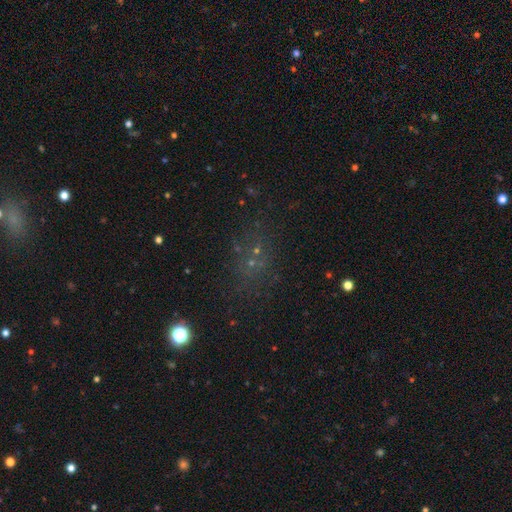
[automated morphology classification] smooth_or_featured: star or artifact (p=0.47) [alt: smooth p=0.36]